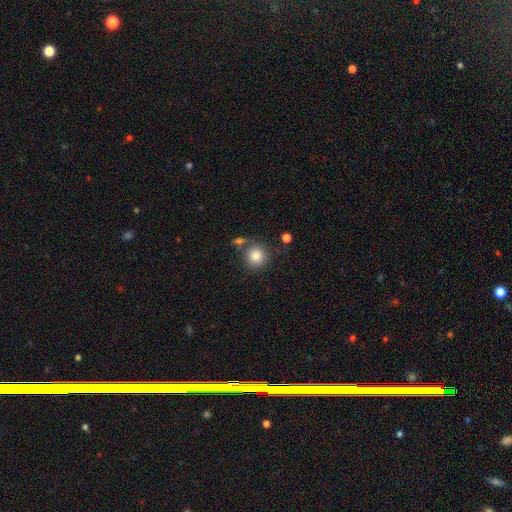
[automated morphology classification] Smooth or featured?
  - smooth: 84% *
  - star or artifact: 9%
  - featured or disk: 6%
How rounded?
  - round: 92% *
  - in between: 7%
  - cigar-shaped: 1%
Merging?
  - none: 71% *
  - merger: 13%
  - minor disturbance: 11%
  - major disturbance: 4%